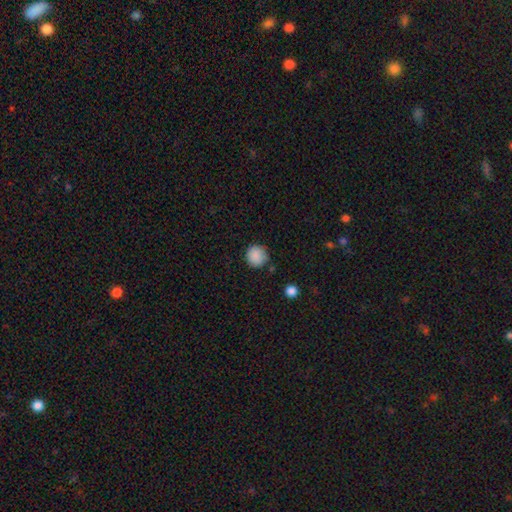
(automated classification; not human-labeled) A smooth galaxy with no disk features (88%) that is round (94%). Merging: none (84%).